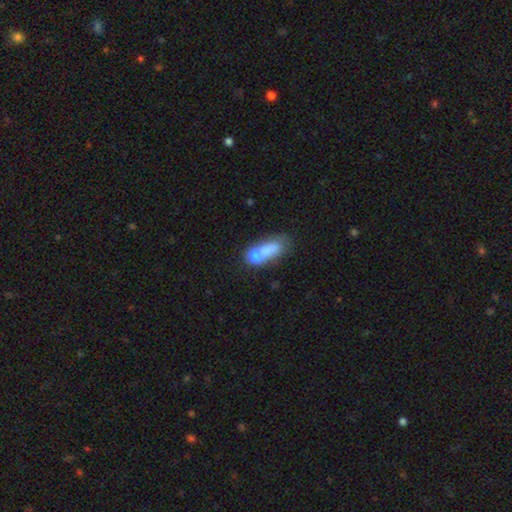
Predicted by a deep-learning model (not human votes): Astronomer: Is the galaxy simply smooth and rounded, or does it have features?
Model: smooth — 66%.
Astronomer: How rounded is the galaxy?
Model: in between — 62%.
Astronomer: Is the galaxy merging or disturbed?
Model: merger — 55%.